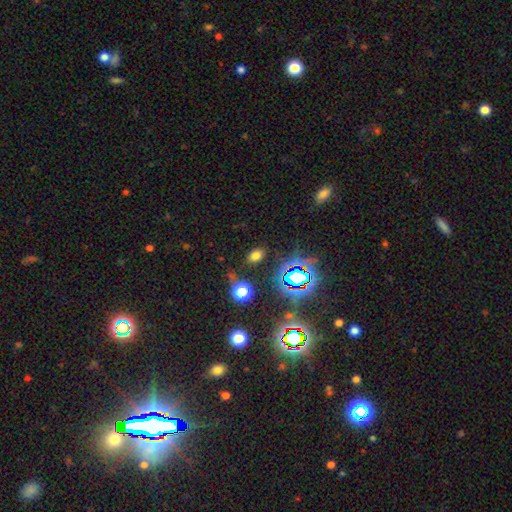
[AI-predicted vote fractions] Smooth or featured?
  - smooth: 64% *
  - star or artifact: 29%
  - featured or disk: 8%
How rounded?
  - in between: 82% *
  - round: 16%
  - cigar-shaped: 2%
Merging?
  - none: 84% *
  - minor disturbance: 10%
  - major disturbance: 4%
  - merger: 3%